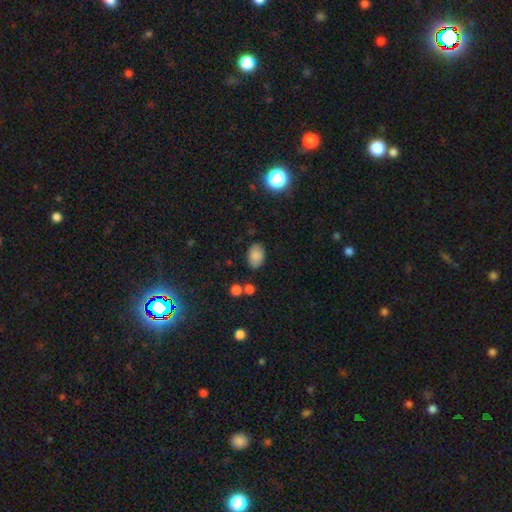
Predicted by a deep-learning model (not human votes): Smooth or featured?
  - smooth: 84% *
  - star or artifact: 9%
  - featured or disk: 7%
How rounded?
  - in between: 85% *
  - round: 14%
  - cigar-shaped: 1%
Merging?
  - none: 80% *
  - minor disturbance: 14%
  - major disturbance: 3%
  - merger: 3%